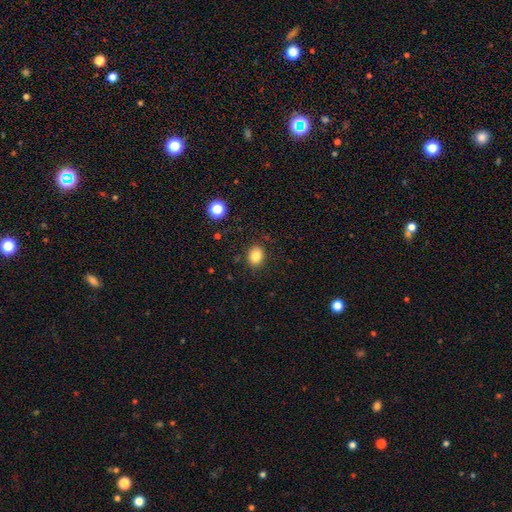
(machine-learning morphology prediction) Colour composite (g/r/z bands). It shows a smooth galaxy with no disk features (82%) that is round (58%). Merging: none (88%).